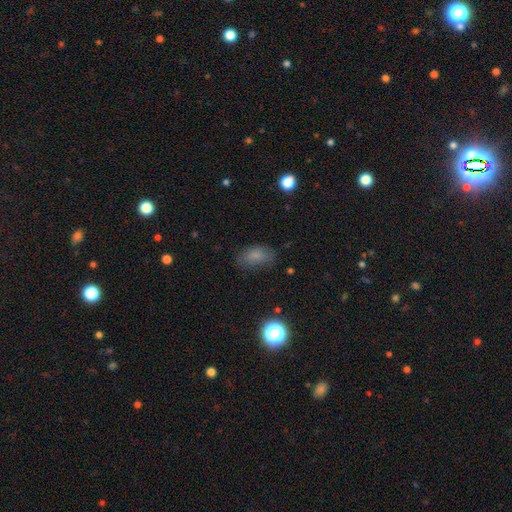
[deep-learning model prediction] This appears to be a smooth galaxy with no disk features (77%) that is in between round and cigar-shaped (89%). Merging: none (70%).